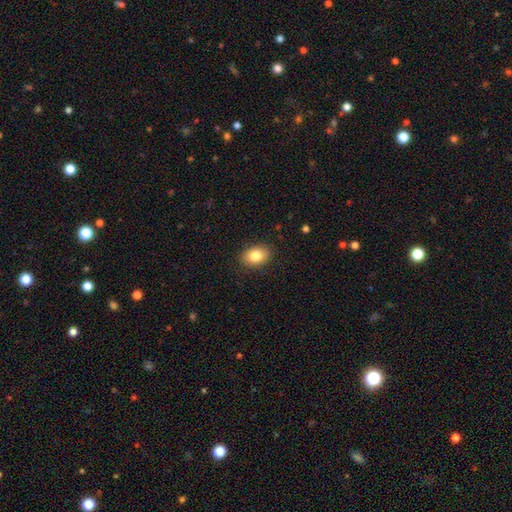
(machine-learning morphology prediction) Smooth or featured? smooth (84%)
How rounded? in between (80%)
Merging? none (88%)